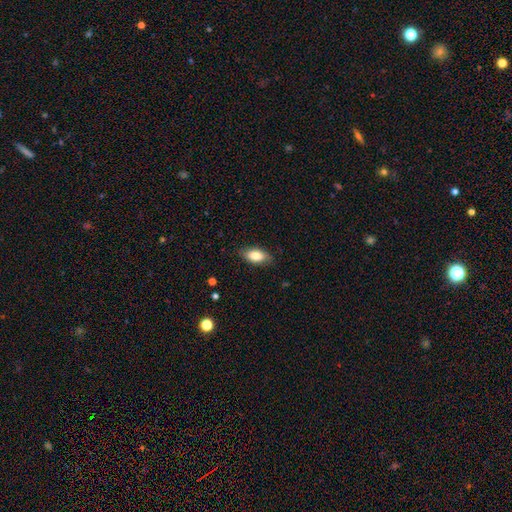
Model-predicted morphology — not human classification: Smooth or featured? smooth (82%)
How rounded? in between (90%)
Merging? none (82%)